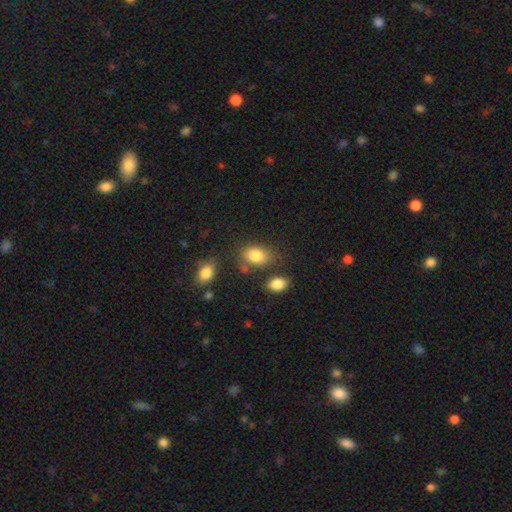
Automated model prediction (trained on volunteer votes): smooth-or-featured: smooth: 83% | star or artifact: 9% | featured or disk: 8%
  how-rounded: in between: 79% | round: 20% | cigar-shaped: 1%
  merging: none: 63% | minor disturbance: 19% | merger: 11% | major disturbance: 7%